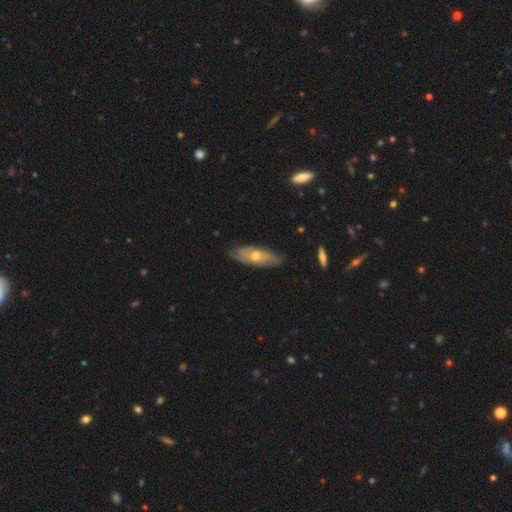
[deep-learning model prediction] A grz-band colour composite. It shows a featured or disk galaxy (54%). Merging: none (76%).